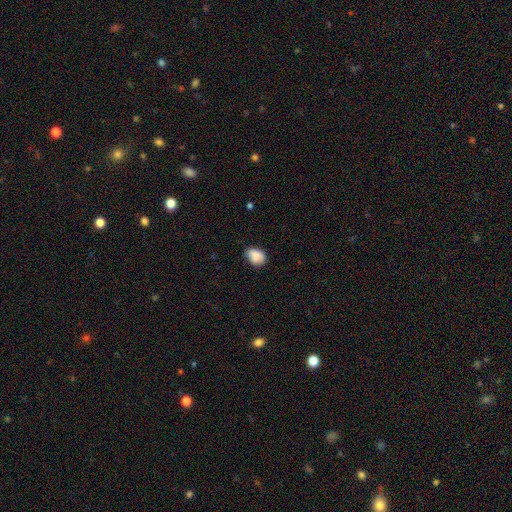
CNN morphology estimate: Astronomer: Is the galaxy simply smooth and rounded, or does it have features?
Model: smooth — 86%.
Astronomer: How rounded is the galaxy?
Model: in between — 67%.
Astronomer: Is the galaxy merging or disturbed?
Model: none — 58% (runner-up: minor disturbance, 33%).